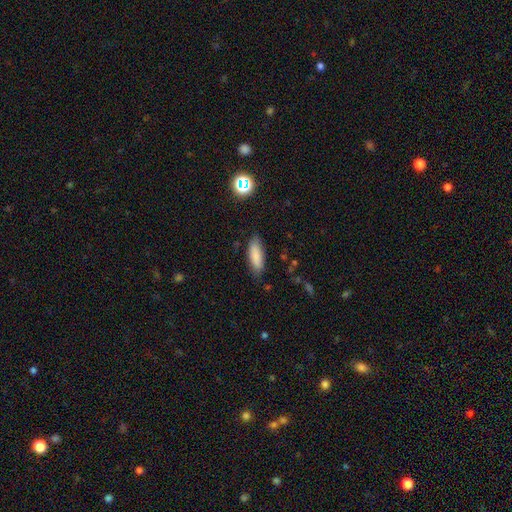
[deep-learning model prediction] smooth-or-featured: smooth: 84% | featured or disk: 8% | star or artifact: 7%
  how-rounded: in between: 65% | cigar-shaped: 34% | round: 2%
  merging: none: 78% | minor disturbance: 17% | major disturbance: 3% | merger: 2%